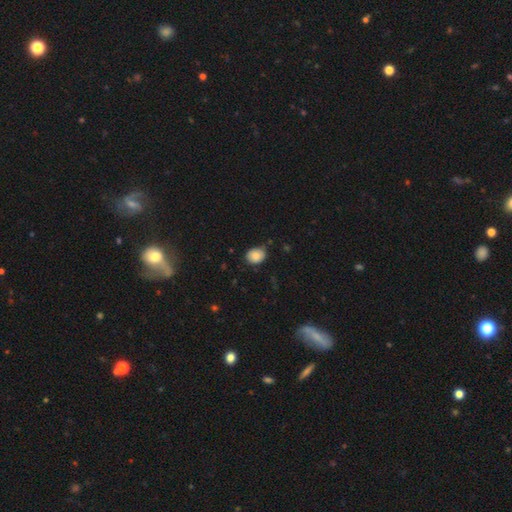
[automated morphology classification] This is clearly a smooth galaxy (84%). How rounded: possibly in between (52%). Merging: likely none (72%).